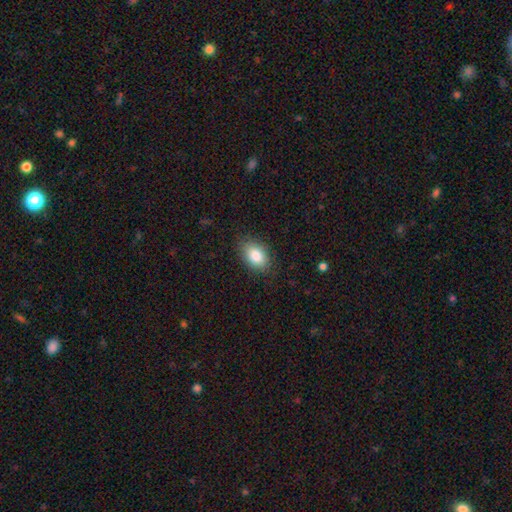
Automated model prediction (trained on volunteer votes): Q: Smooth or featured?
A: smooth (84%); runner-up: featured or disk (8%)
Q: How rounded?
A: in between (87%); runner-up: round (11%)
Q: Merging?
A: none (84%); runner-up: minor disturbance (12%)